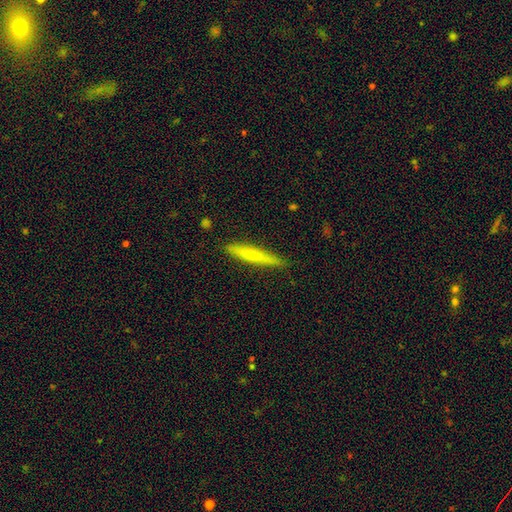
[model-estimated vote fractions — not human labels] Overall: smooth (57%; featured or disk 36%). How rounded: cigar-shaped (95%). Merging: none (89%).